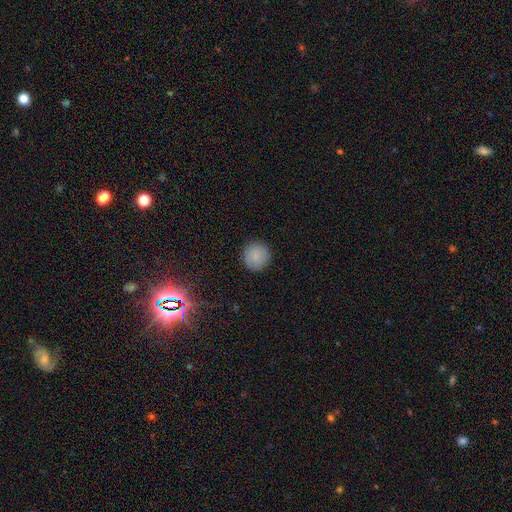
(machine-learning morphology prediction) This appears to be a smooth galaxy with no disk features (86%) that is round (94%). Merging: none (91%).